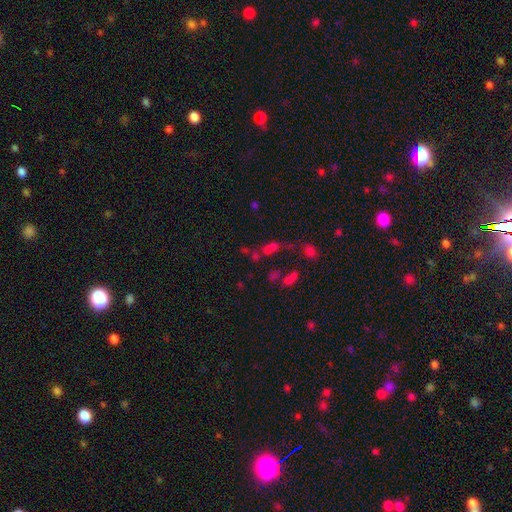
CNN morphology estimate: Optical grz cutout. It shows a smooth galaxy with no disk features (45%). Merging: merger (45%).